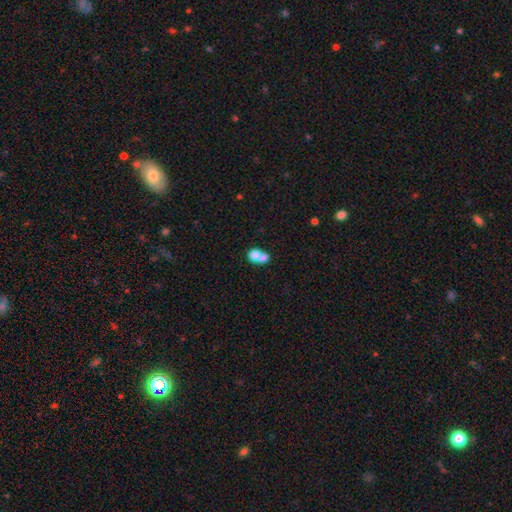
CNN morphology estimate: Smooth or featured? Predicted: smooth (p=0.73). How rounded? Predicted: round (p=0.56). Merging? Predicted: merger (p=0.69).